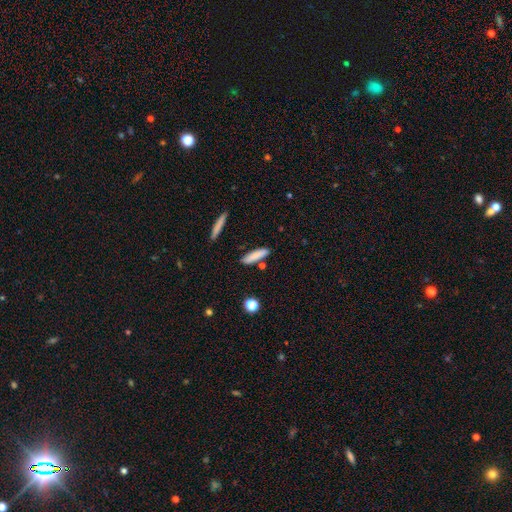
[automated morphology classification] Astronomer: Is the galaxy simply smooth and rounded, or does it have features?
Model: smooth — 83%.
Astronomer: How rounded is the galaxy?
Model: cigar-shaped — 71%.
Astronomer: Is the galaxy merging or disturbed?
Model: none — 82%.